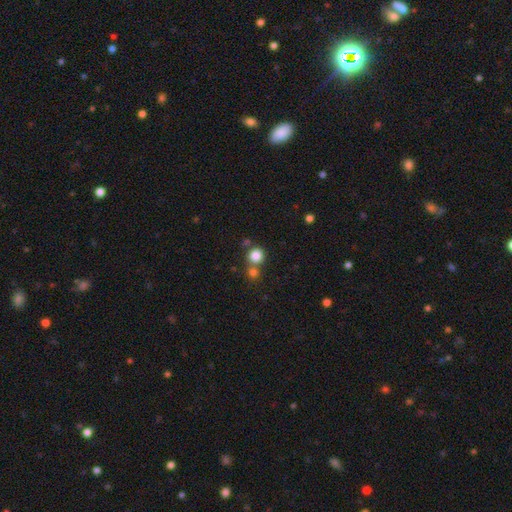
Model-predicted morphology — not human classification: The model was most divided on "merging": none: 63%, merger: 27%, minor disturbance: 7%, major disturbance: 3%. More confident: how rounded — round (91%); smooth or featured — smooth (83%).